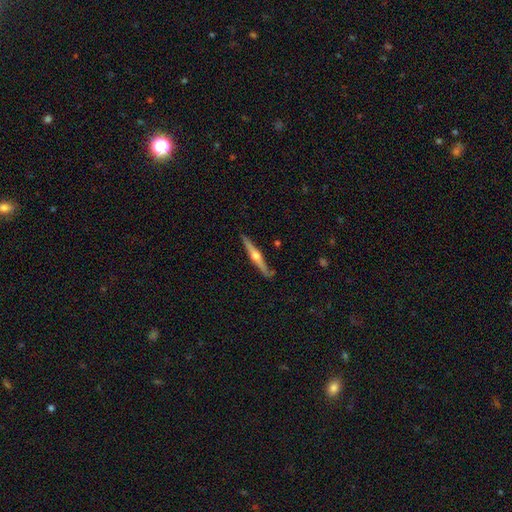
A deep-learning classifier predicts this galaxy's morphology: This appears to be a featured or disk galaxy (75%) viewed edge-on (97%) with a rounded central bulge (94%). Merging: none (85%).